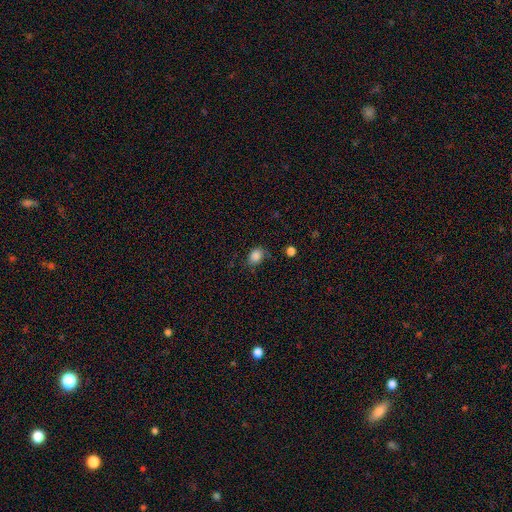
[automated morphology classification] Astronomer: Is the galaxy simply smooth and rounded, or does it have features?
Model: smooth — 84%.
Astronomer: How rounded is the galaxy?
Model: in between — 59% (runner-up: round, 40%).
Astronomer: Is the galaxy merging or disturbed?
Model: none — 58%.